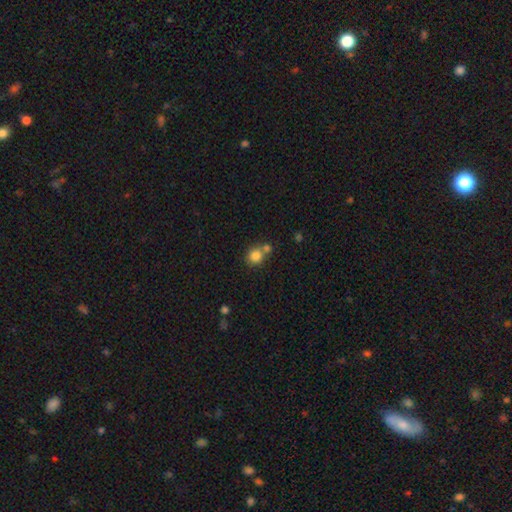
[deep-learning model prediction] A smooth galaxy with no disk features (82%) that is round (84%).

Vote fractions:
- Smooth or featured? smooth: 82% / star or artifact: 11% / featured or disk: 7%
- How rounded? round: 84% / in between: 15% / cigar-shaped: 1%
- Merging? none: 56% / merger: 33% / minor disturbance: 9% / major disturbance: 3%